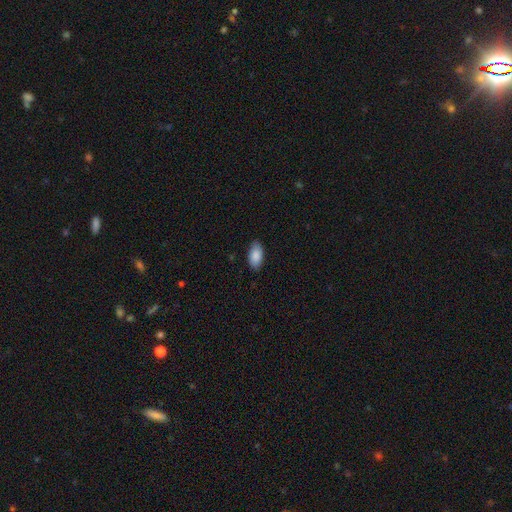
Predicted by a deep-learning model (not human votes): Smooth or featured? Predicted: smooth (p=0.88). How rounded? Predicted: in between (p=0.94). Merging? Predicted: none (p=0.87).